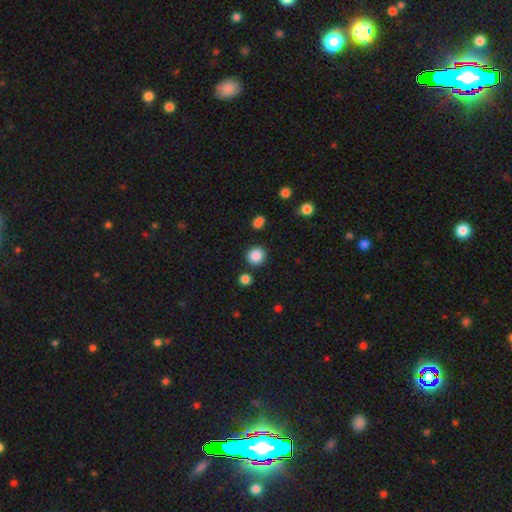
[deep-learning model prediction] This is clearly a smooth galaxy (87%). How rounded: clearly round (91%). Merging: clearly none (86%).